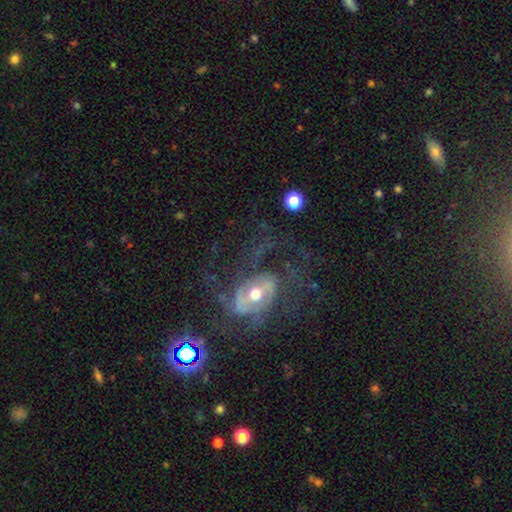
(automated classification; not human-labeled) Morphology: type=featured or disk (71%); edge-on=no (95%); bar=no (61%); spiral arms=yes (72%); bulge=moderate (56%); merging=none (40%).